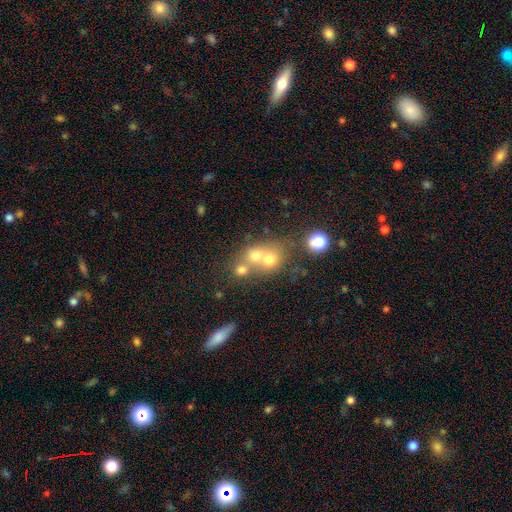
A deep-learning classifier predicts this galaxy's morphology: Smooth or featured?
  - smooth: 65% *
  - featured or disk: 19%
  - star or artifact: 16%
How rounded?
  - round: 77% *
  - in between: 22%
  - cigar-shaped: 1%
Merging?
  - merger: 57% *
  - none: 33%
  - minor disturbance: 6%
  - major disturbance: 4%